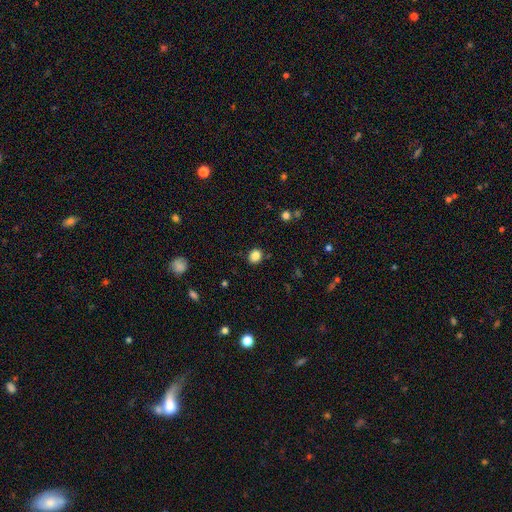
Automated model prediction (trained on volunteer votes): smooth_or_featured: smooth (p=0.86) [alt: star or artifact p=0.11]
how_rounded: round (p=0.60) [alt: in between p=0.39]
merging: none (p=0.84) [alt: minor disturbance p=0.11]